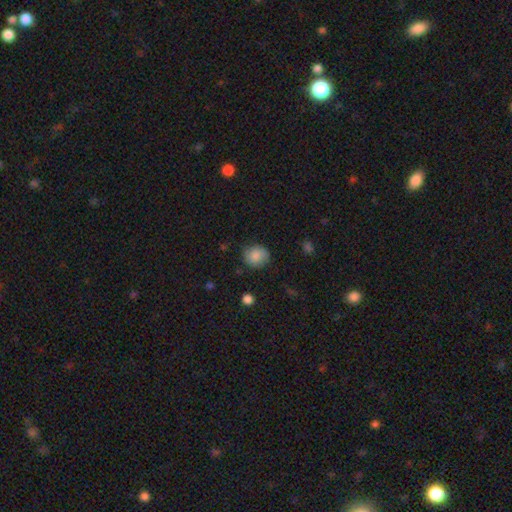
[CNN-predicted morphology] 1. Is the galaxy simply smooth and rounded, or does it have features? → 84% smooth, 8% star or artifact, 7% featured or disk.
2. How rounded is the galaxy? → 83% round, 16% in between, 1% cigar-shaped.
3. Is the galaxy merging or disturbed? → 80% none, 15% minor disturbance, 4% major disturbance, 1% merger.